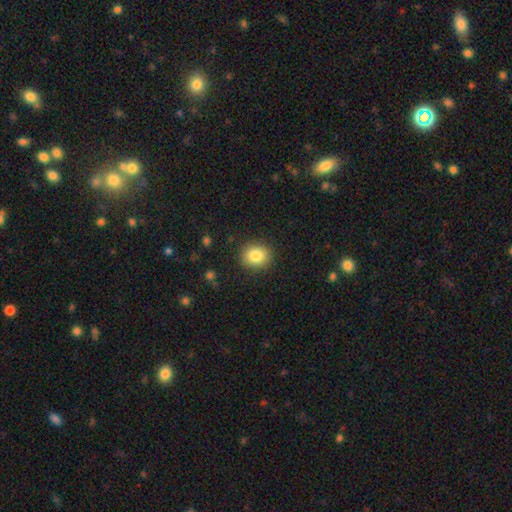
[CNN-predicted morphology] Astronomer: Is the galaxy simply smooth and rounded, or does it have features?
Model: smooth — 83%.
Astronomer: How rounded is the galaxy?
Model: round — 74%.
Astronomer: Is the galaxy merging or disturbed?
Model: none — 89%.